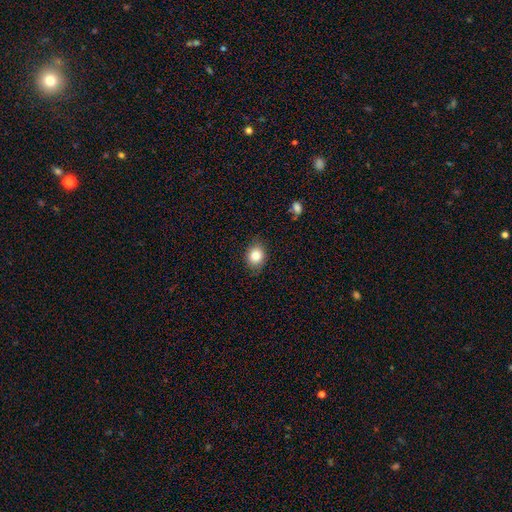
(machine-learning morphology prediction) This appears to be a smooth galaxy with no disk features (84%) that is round (54%). Merging: none (82%).